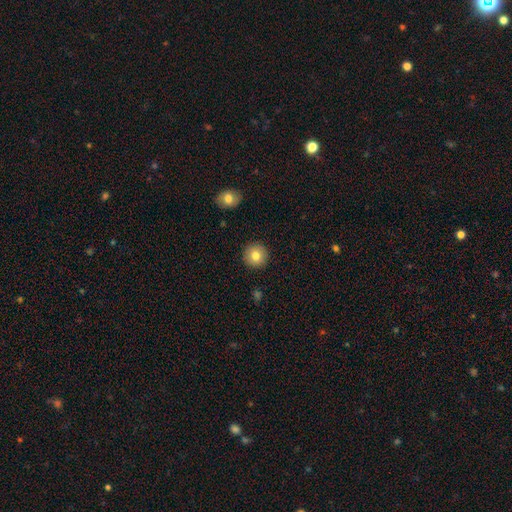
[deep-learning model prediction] A smooth galaxy with no disk features (81%) that is round (95%).

Vote fractions:
- Smooth or featured? smooth: 81% / featured or disk: 10% / star or artifact: 9%
- How rounded? round: 95% / in between: 4% / cigar-shaped: 1%
- Merging? none: 92% / minor disturbance: 5% / major disturbance: 2% / merger: 1%